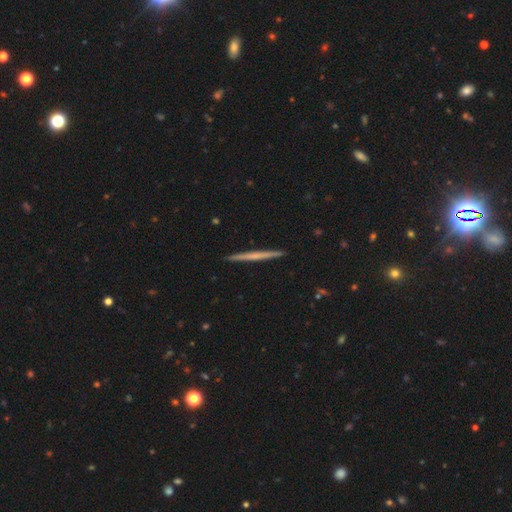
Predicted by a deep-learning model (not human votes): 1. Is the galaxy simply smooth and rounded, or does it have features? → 51% featured or disk, 44% smooth, 5% star or artifact.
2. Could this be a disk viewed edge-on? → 98% yes, 2% no.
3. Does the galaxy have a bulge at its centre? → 82% none, 13% rounded, 4% boxy.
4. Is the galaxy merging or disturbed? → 93% none, 5% minor disturbance, 1% major disturbance, 1% merger.